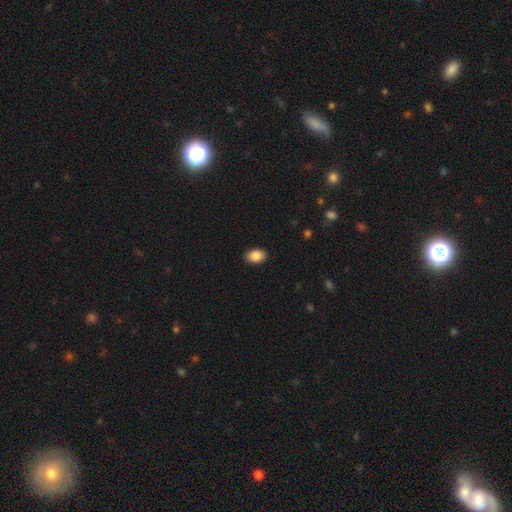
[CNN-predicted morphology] smooth 88%, star or artifact 7%, featured or disk 5%. Down the decision tree: how rounded — in between (88%); merging — none (89%).